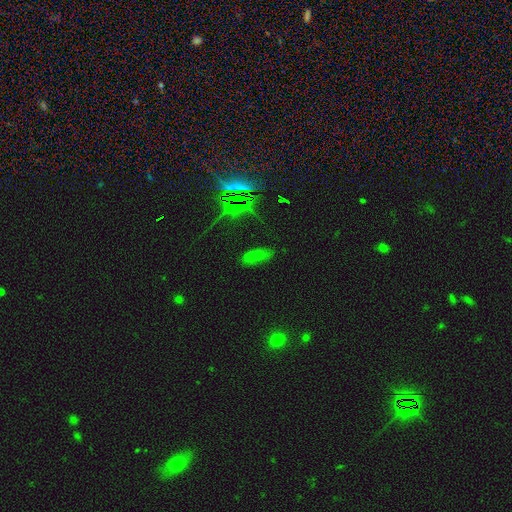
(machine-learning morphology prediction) A smooth galaxy with no disk features (48%). Merging: none (72%).